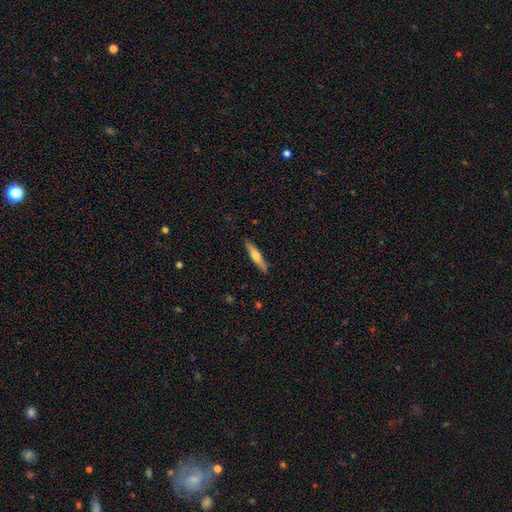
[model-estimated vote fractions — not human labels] Q: Smooth or featured?
A: smooth (56%); runner-up: featured or disk (38%)
Q: How rounded?
A: cigar-shaped (88%); runner-up: in between (11%)
Q: Merging?
A: none (90%); runner-up: minor disturbance (8%)